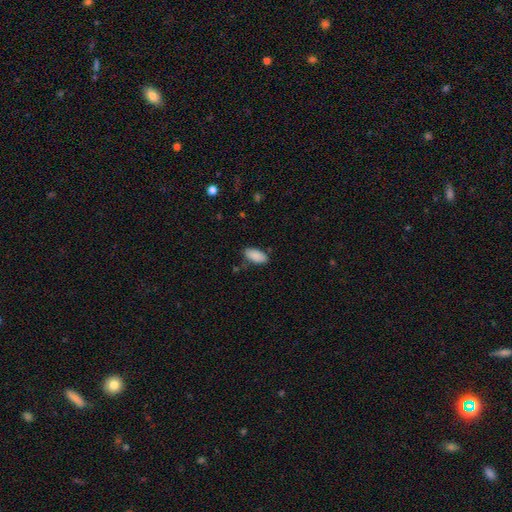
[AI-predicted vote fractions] A smooth galaxy with no disk features (89%) that is in between round and cigar-shaped (93%).

Vote fractions:
- Smooth or featured? smooth: 89% / star or artifact: 7% / featured or disk: 4%
- How rounded? in between: 93% / cigar-shaped: 5% / round: 2%
- Merging? none: 81% / minor disturbance: 13% / major disturbance: 3% / merger: 3%